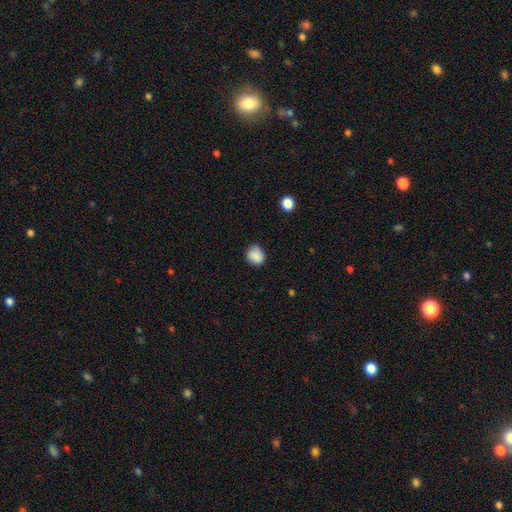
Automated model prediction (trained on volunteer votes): A smooth galaxy with no disk features (87%) that is round (68%).

Vote fractions:
- Smooth or featured? smooth: 87% / star or artifact: 9% / featured or disk: 5%
- How rounded? round: 68% / in between: 31% / cigar-shaped: 1%
- Merging? none: 73% / minor disturbance: 21% / major disturbance: 4% / merger: 2%